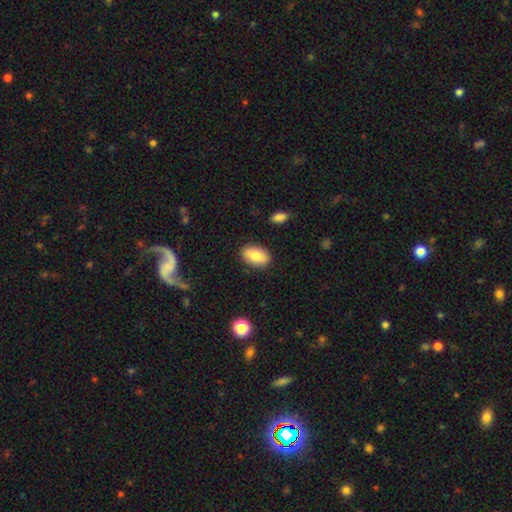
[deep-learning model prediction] smooth 83%, featured or disk 10%, star or artifact 7%. Down the decision tree: how rounded — in between (92%); merging — none (86%).